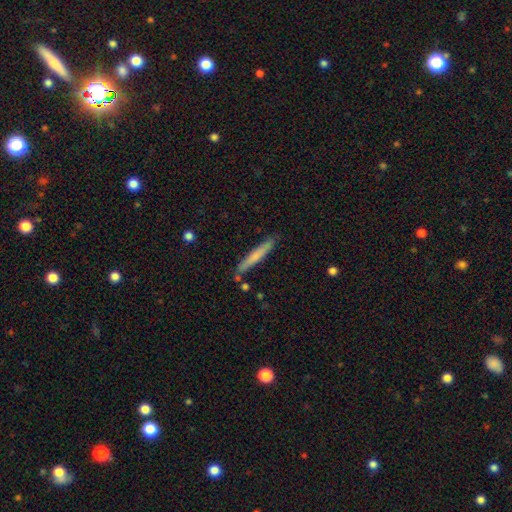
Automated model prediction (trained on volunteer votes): Smooth or featured: smooth — 66% (featured or disk — 29%)
How rounded: cigar-shaped — 95% (in between — 4%)
Merging: none — 84% (minor disturbance — 11%)